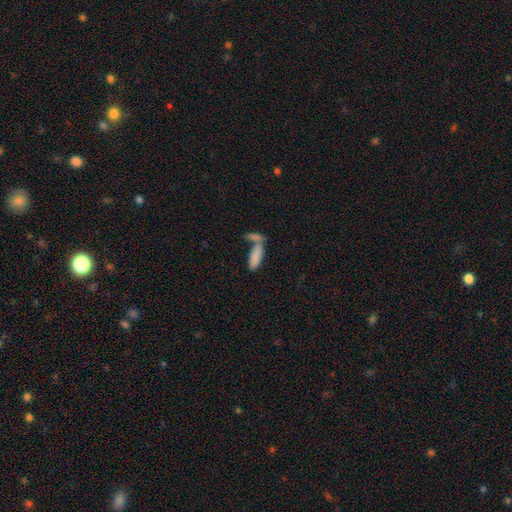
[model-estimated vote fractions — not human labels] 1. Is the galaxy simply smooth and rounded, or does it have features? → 83% smooth, 10% featured or disk, 7% star or artifact.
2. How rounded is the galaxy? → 63% in between, 34% cigar-shaped, 2% round.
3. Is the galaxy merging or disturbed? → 50% merger, 34% none, 10% minor disturbance, 6% major disturbance.